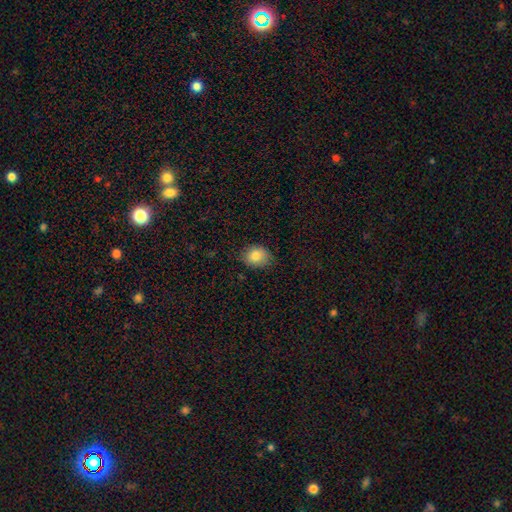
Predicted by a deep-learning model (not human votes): Smooth or featured?
  - smooth: 84% *
  - star or artifact: 9%
  - featured or disk: 7%
How rounded?
  - round: 52% *
  - in between: 47%
  - cigar-shaped: 1%
Merging?
  - none: 80% *
  - minor disturbance: 16%
  - major disturbance: 3%
  - merger: 1%